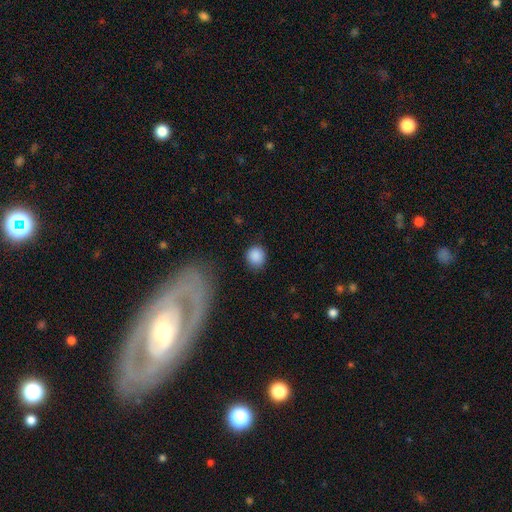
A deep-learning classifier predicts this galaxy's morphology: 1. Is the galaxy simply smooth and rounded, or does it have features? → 88% smooth, 8% star or artifact, 3% featured or disk.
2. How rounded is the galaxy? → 88% round, 11% in between, 1% cigar-shaped.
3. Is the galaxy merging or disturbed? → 87% none, 9% minor disturbance, 3% major disturbance, 2% merger.